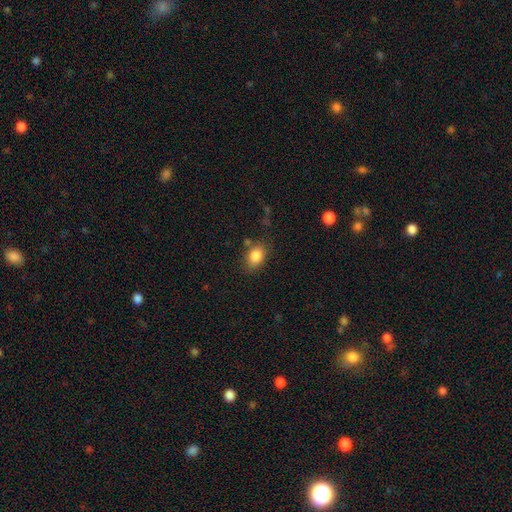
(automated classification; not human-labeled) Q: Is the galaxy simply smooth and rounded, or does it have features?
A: smooth — 85%.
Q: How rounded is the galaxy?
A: in between — 77%.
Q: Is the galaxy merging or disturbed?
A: none — 77%.